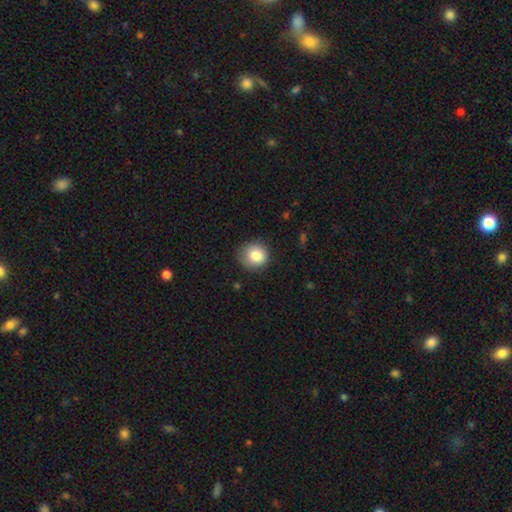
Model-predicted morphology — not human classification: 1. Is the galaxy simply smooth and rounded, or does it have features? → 83% smooth, 9% star or artifact, 7% featured or disk.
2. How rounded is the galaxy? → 87% round, 12% in between, 1% cigar-shaped.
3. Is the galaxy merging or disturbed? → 79% none, 16% minor disturbance, 4% major disturbance, 1% merger.